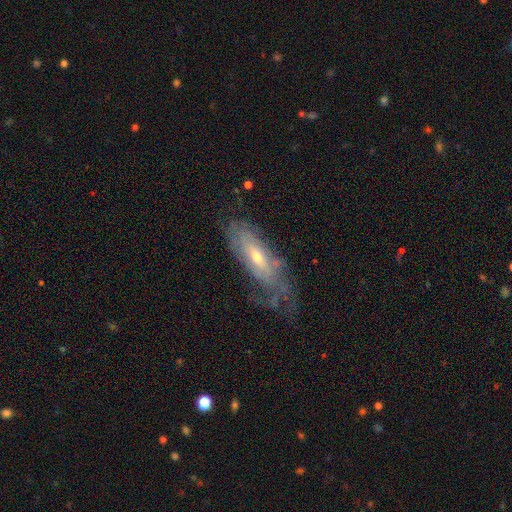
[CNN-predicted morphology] A featured or disk galaxy (68%) with no bar (60%), spiral arms (70%) and a moderate central bulge (49%).

Vote fractions:
- Smooth or featured? featured or disk: 68% / smooth: 24% / star or artifact: 7%
- Edge-on disk? no: 76% / yes: 24%
- Bar? no: 60% / weak: 30% / strong: 10%
- Spiral arms? yes: 70% / no: 30%
- Bulge size? moderate: 49% / small: 46% / large: 3% / none: 1% / dominant: 1%
- Merging? none: 48% / minor disturbance: 28% / major disturbance: 22% / merger: 2%